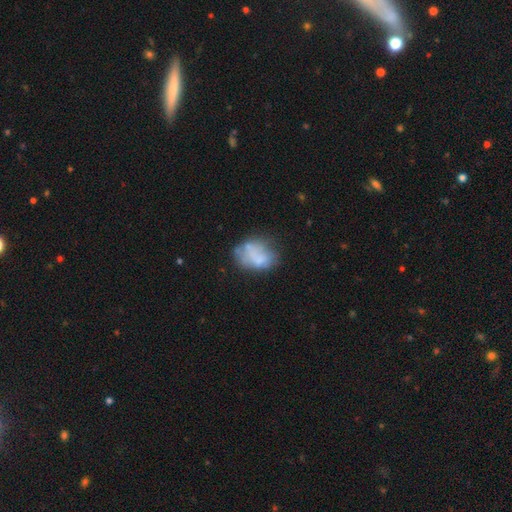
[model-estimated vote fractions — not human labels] Smooth or featured? Predicted: smooth (p=0.54). How rounded? Predicted: in between (p=0.66). Merging? Predicted: none (p=0.41).